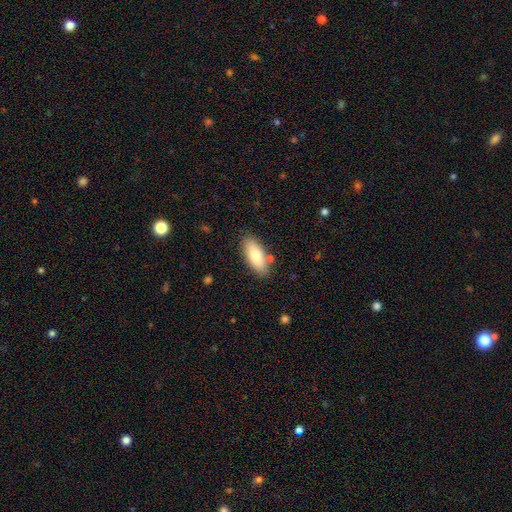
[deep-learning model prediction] smooth-or-featured: smooth: 76% | featured or disk: 18% | star or artifact: 6%
  how-rounded: in between: 79% | cigar-shaped: 19% | round: 2%
  merging: none: 82% | minor disturbance: 11% | merger: 4% | major disturbance: 2%